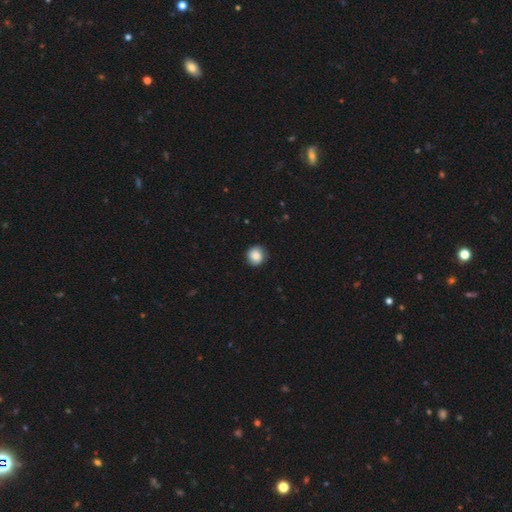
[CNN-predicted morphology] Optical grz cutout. It shows a smooth galaxy with no disk features (83%) that is round (88%). Merging: none (85%).